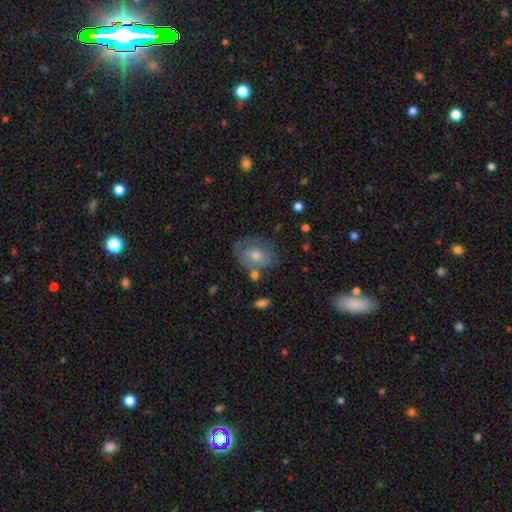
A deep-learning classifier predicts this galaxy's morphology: Smooth or featured? Predicted: featured or disk (p=0.47). Merging? Predicted: none (p=0.63).